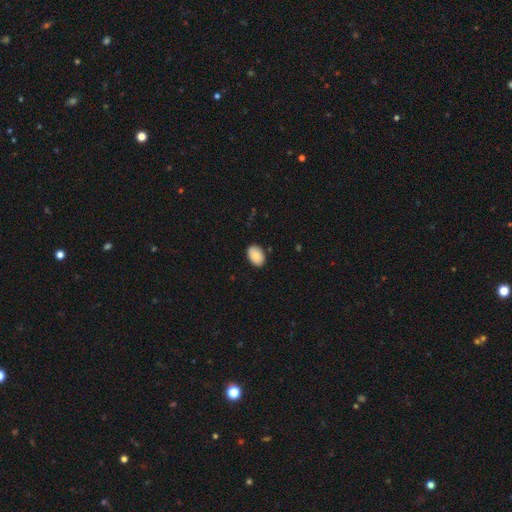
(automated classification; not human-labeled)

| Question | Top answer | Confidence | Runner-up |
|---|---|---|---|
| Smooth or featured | smooth | 88% | star or artifact (7%) |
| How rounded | in between | 89% | round (10%) |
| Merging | none | 87% | minor disturbance (10%) |